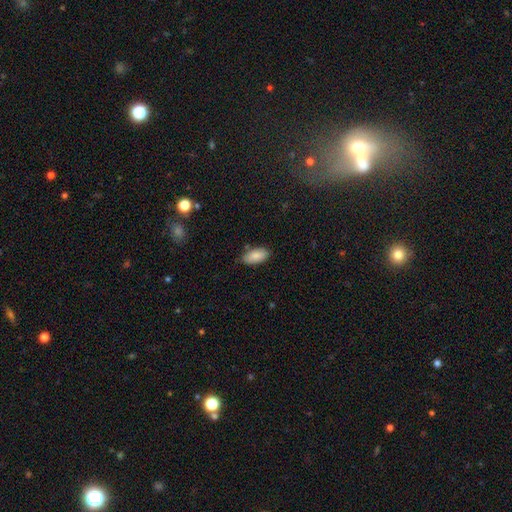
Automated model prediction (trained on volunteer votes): Overall: smooth (87%). How rounded: in between (92%). Merging: none (81%).